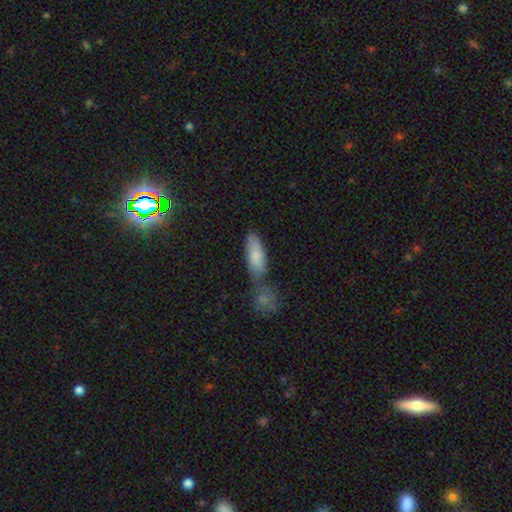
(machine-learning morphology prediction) smooth-or-featured: smooth: 80% | featured or disk: 13% | star or artifact: 7%
  how-rounded: in between: 68% | cigar-shaped: 29% | round: 3%
  merging: none: 50% | merger: 28% | minor disturbance: 16% | major disturbance: 5%